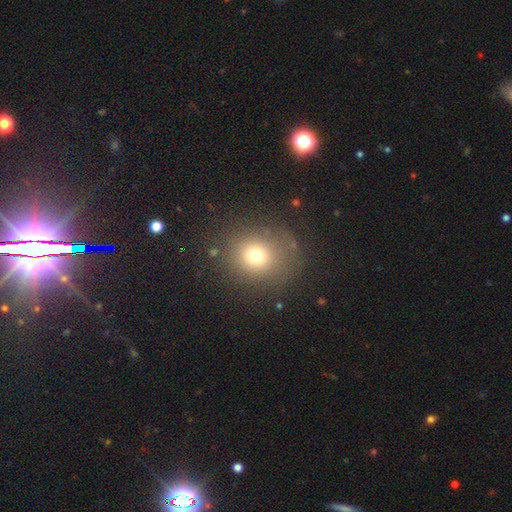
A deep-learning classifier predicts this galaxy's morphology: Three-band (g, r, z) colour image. It shows a smooth galaxy with no disk features (70%) that is round (82%). Merging: none (79%).